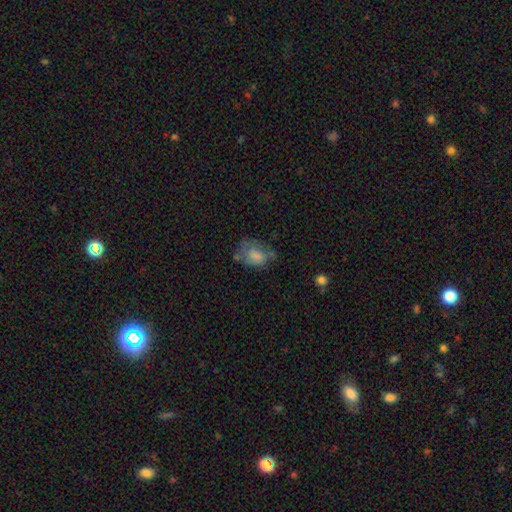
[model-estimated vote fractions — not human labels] smooth_or_featured: smooth (p=0.66) [alt: featured or disk p=0.24]
how_rounded: in between (p=0.73) [alt: round p=0.26]
merging: none (p=0.37) [alt: minor disturbance p=0.30]